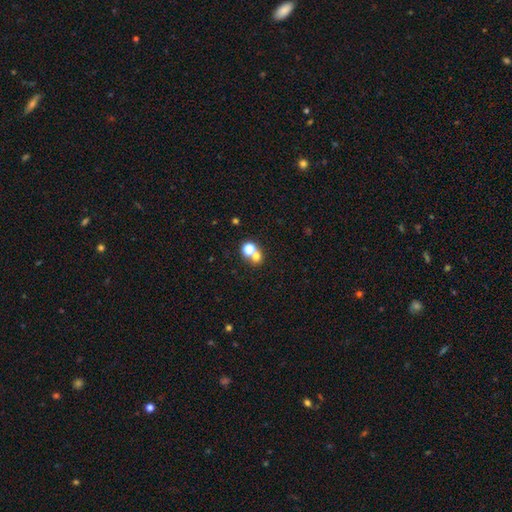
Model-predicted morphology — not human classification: Smooth or featured? Predicted: smooth (p=0.66). How rounded? Predicted: round (p=0.76). Merging? Predicted: none (p=0.46).